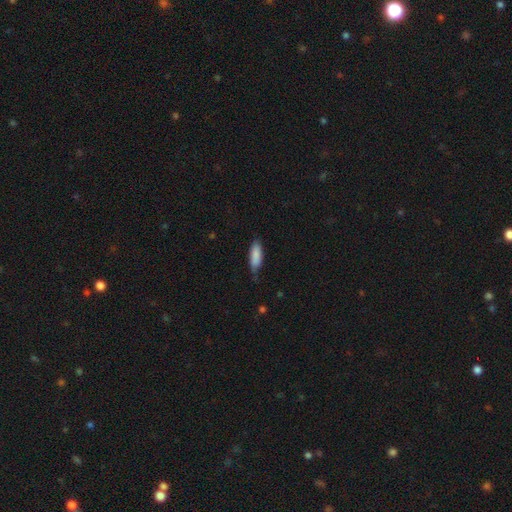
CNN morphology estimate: smooth-or-featured: smooth: 86% | featured or disk: 8% | star or artifact: 6%
  how-rounded: in between: 62% | cigar-shaped: 36% | round: 2%
  merging: none: 64% | minor disturbance: 29% | major disturbance: 5% | merger: 2%